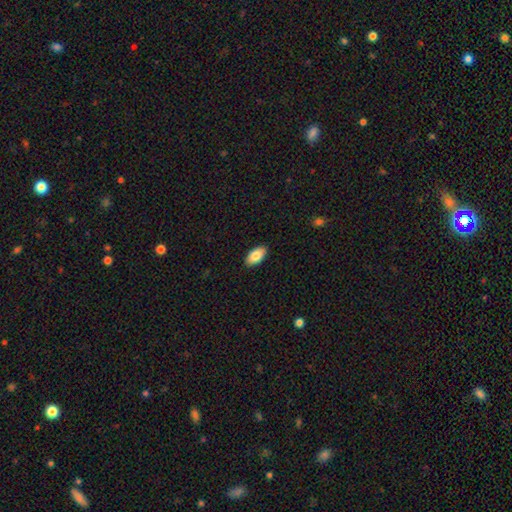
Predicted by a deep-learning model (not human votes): Smooth or featured? Predicted: smooth (p=0.83). How rounded? Predicted: in between (p=0.94). Merging? Predicted: none (p=0.90).